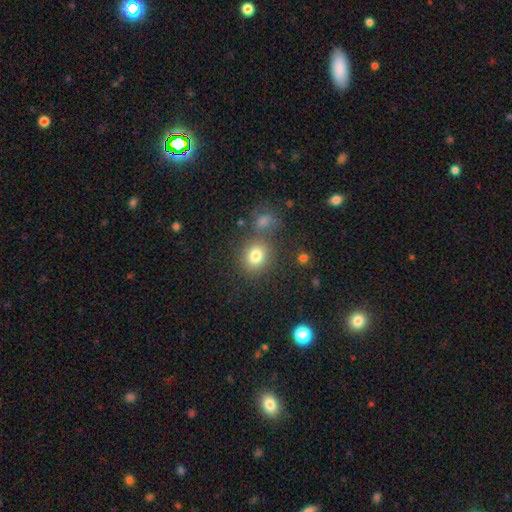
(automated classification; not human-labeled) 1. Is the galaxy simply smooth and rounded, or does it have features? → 80% smooth, 12% star or artifact, 8% featured or disk.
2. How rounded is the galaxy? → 68% round, 31% in between, 1% cigar-shaped.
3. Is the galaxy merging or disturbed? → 67% none, 18% merger, 11% minor disturbance, 5% major disturbance.